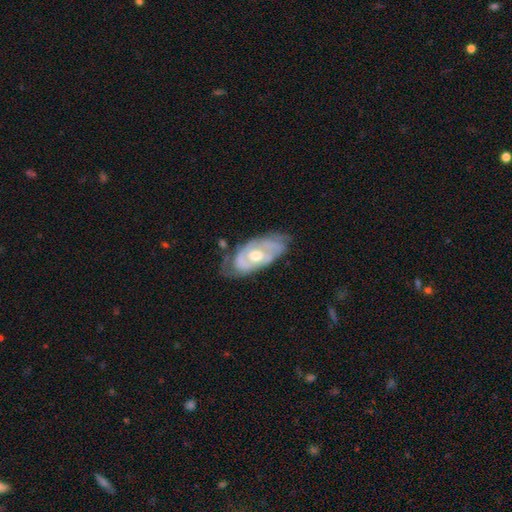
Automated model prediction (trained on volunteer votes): featured or disk 79%, smooth 16%, star or artifact 5%. Down the decision tree: edge-on disk — no (92%); bar — no (62%); spiral arms — yes (82%); spiral arm count — 2 (44%); spiral winding — tight (58%); bulge size — moderate (74%); merging — none (61%).